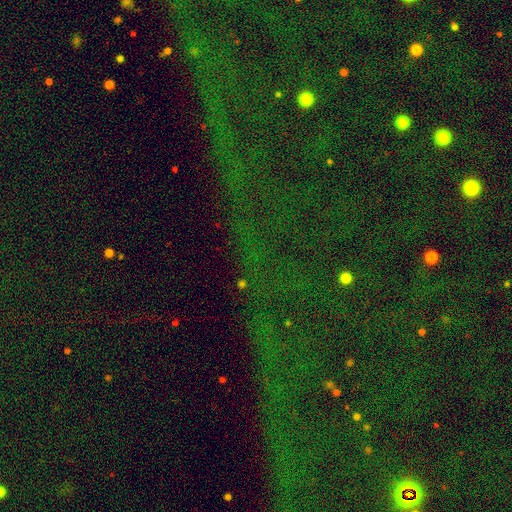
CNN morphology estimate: smooth_or_featured: star or artifact (p=0.84) [alt: featured or disk p=0.08]